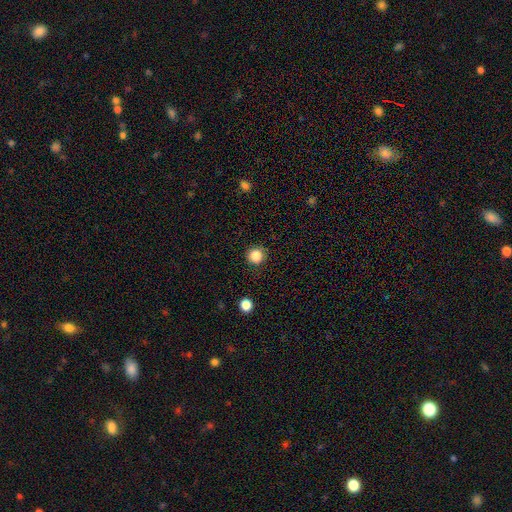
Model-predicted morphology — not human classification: type=smooth (85%); roundness=round (93%); merging=none (88%).